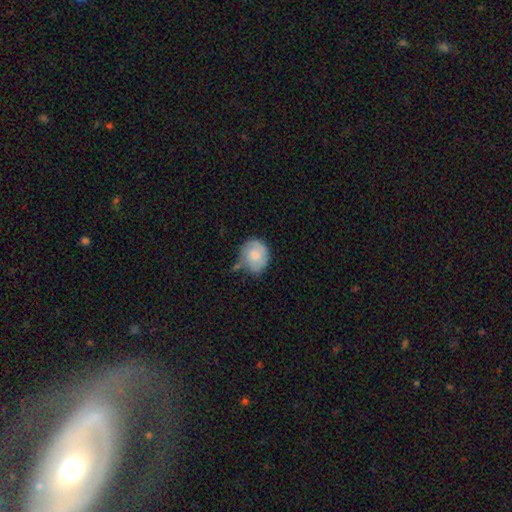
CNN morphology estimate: Smooth or featured?
  - smooth: 69% *
  - featured or disk: 25%
  - star or artifact: 6%
How rounded?
  - round: 70% *
  - in between: 29%
  - cigar-shaped: 1%
Merging?
  - none: 50% *
  - minor disturbance: 33%
  - major disturbance: 10%
  - merger: 7%